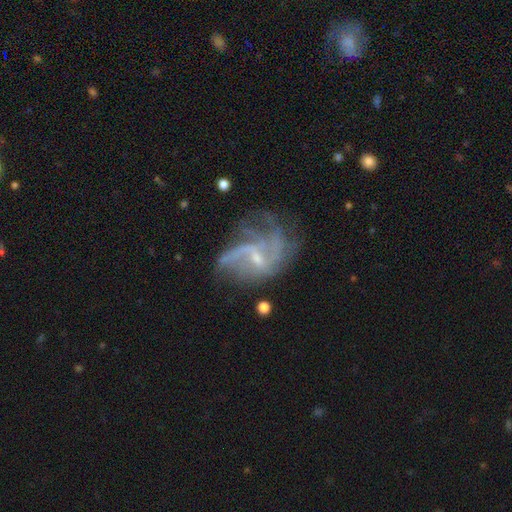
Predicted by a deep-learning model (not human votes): featured or disk 81%, smooth 10%, star or artifact 9%. Down the decision tree: edge-on disk — no (98%); bar — weak (53%); spiral arms — yes (84%); spiral arm count — 2 (32%); spiral winding — loose (61%); bulge size — small (63%); merging — none (40%).